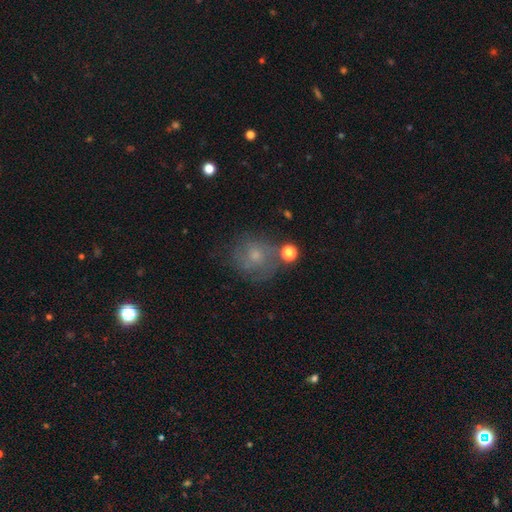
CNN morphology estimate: The model was most divided on "smooth or featured": smooth: 47%, featured or disk: 35%, star or artifact: 18%. More confident: merging — none (62%).